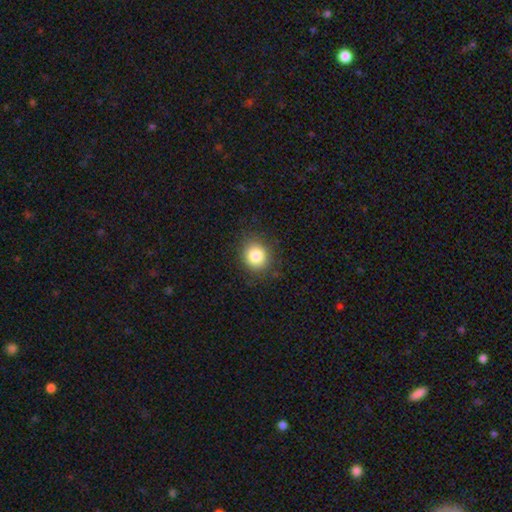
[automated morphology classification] Smooth or featured? smooth (83%)
How rounded? round (83%)
Merging? none (86%)